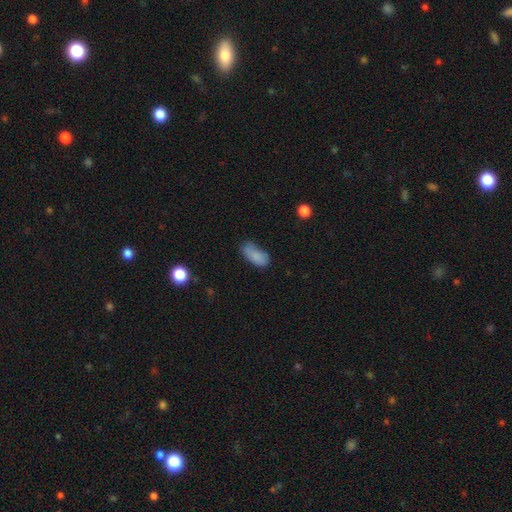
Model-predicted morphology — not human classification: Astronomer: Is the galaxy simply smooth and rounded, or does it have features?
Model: smooth — 83%.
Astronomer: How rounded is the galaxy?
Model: in between — 89%.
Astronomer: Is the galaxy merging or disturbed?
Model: none — 52% (runner-up: minor disturbance, 33%).